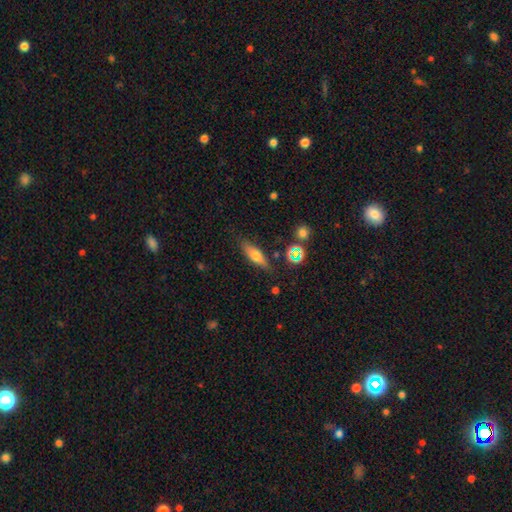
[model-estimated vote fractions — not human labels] This appears to be a smooth galaxy with no disk features (62%) that is in between round and cigar-shaped (51%). Merging: none (79%).